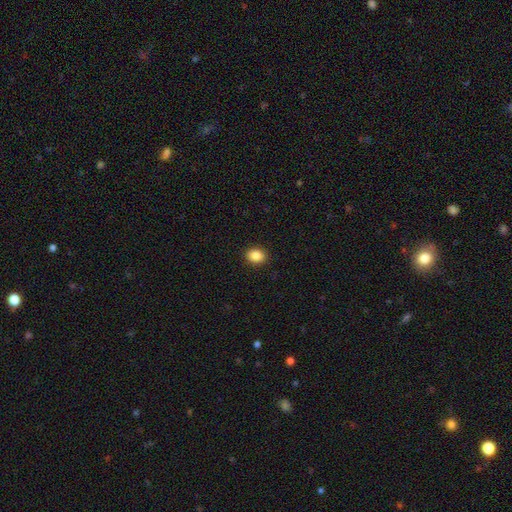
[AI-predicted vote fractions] Smooth or featured? smooth (87%)
How rounded? in between (51%)
Merging? none (91%)